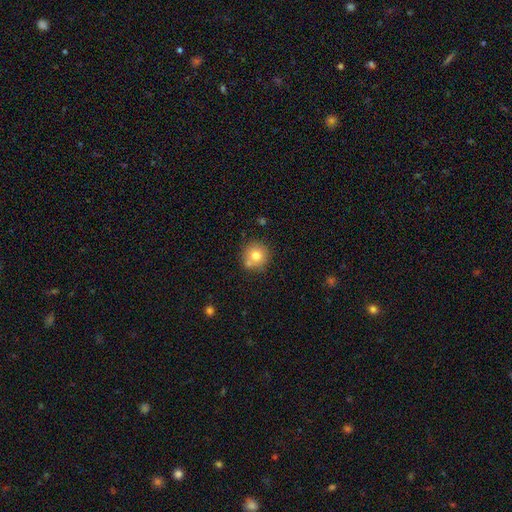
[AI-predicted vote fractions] smooth-or-featured: smooth: 76% | featured or disk: 13% | star or artifact: 11%
  how-rounded: round: 93% | in between: 6% | cigar-shaped: 1%
  merging: none: 73% | merger: 13% | minor disturbance: 11% | major disturbance: 3%